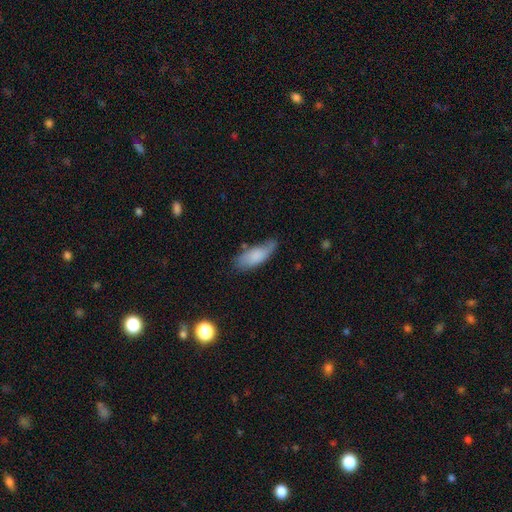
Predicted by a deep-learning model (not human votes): This is likely a smooth galaxy (77%). How rounded: likely in between (73%). Merging: possibly none (57%).